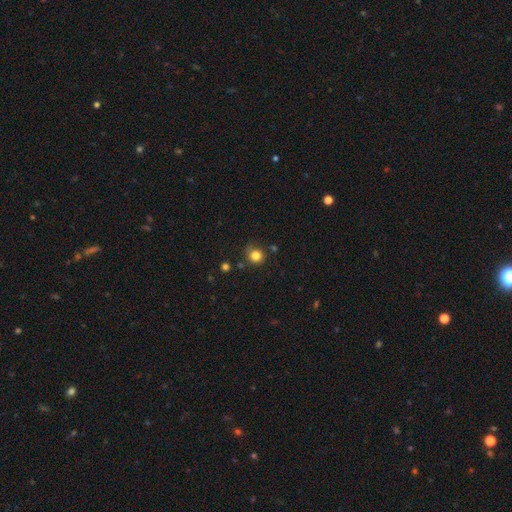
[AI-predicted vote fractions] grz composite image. It shows a smooth galaxy with no disk features (81%) that is round (89%). Merging: none (71%).